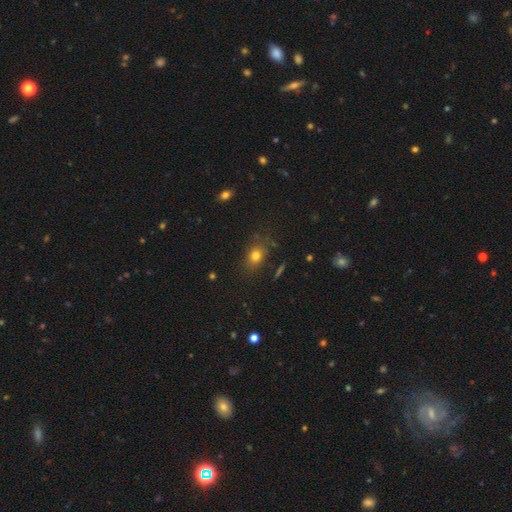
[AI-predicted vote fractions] This is likely a smooth galaxy (76%). How rounded: possibly in between (58%). Merging: likely none (78%).